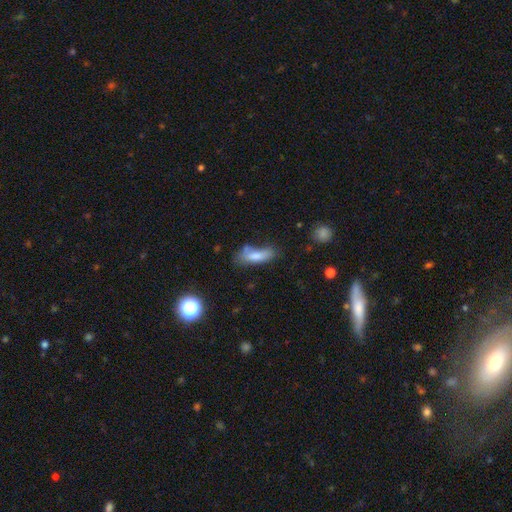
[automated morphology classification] Smooth or featured: smooth — 76% (featured or disk — 16%)
How rounded: in between — 57% (cigar-shaped — 40%)
Merging: none — 43% (minor disturbance — 29%)